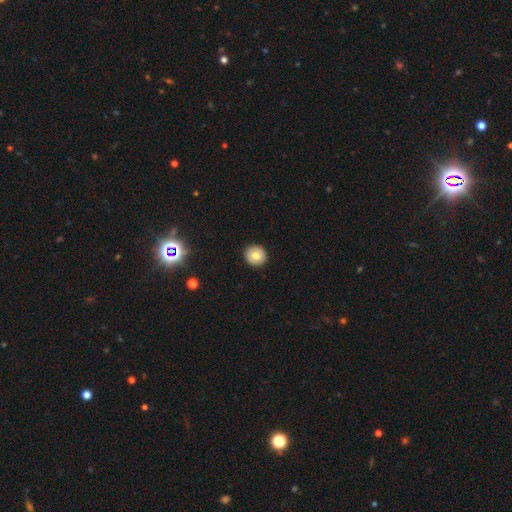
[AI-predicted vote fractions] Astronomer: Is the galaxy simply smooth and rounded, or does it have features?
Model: smooth — 72%.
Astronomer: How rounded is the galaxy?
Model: round — 92%.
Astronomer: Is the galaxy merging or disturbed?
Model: none — 92%.